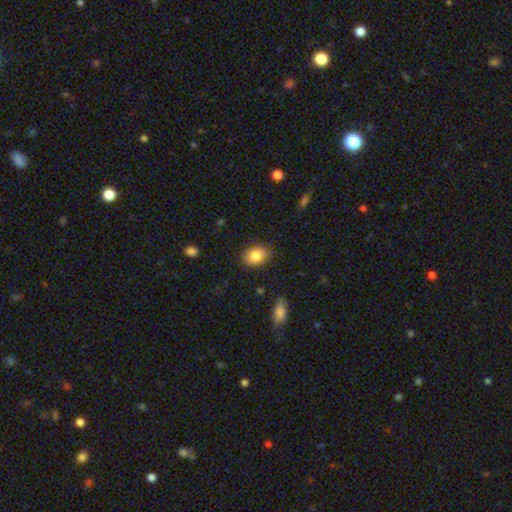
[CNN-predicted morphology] Smooth or featured?
  - smooth: 84% *
  - star or artifact: 8%
  - featured or disk: 8%
How rounded?
  - in between: 54% *
  - round: 45%
  - cigar-shaped: 1%
Merging?
  - none: 82% *
  - minor disturbance: 14%
  - major disturbance: 3%
  - merger: 1%